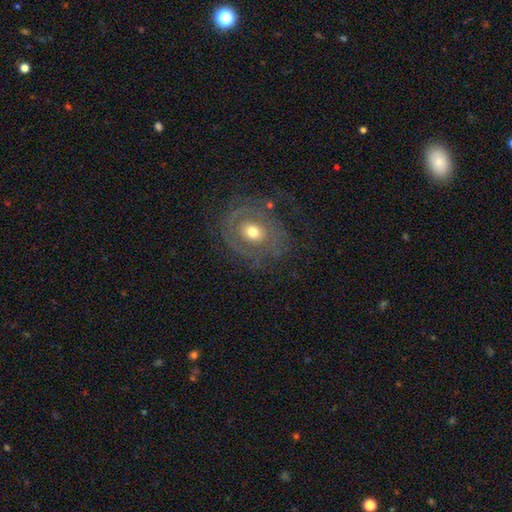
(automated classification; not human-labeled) Q: Smooth or featured?
A: featured or disk (52%); runner-up: smooth (29%)
Q: Edge-on disk?
A: no (95%); runner-up: yes (5%)
Q: Merging?
A: none (79%); runner-up: minor disturbance (13%)